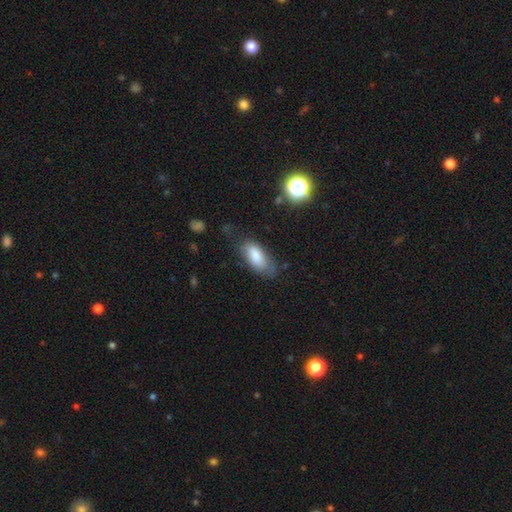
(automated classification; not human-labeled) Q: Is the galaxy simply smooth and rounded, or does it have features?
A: smooth — 81%.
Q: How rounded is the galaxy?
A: in between — 87%.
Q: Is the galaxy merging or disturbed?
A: none — 60%.